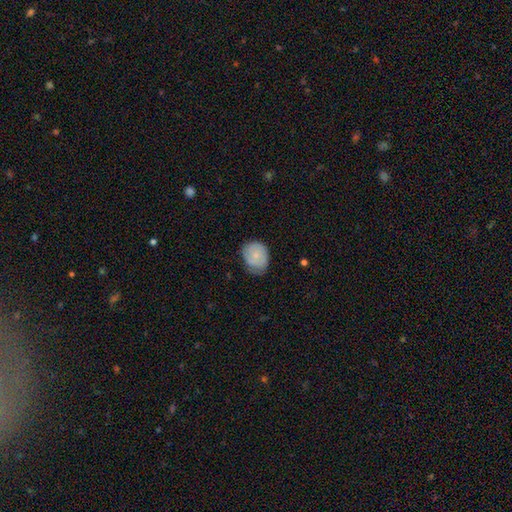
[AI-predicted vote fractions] This appears to be a smooth galaxy with no disk features (70%) that is round (51%). Merging: none (54%).